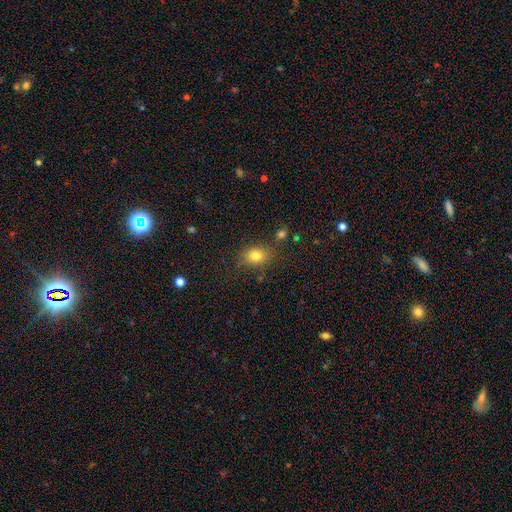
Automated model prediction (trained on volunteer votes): smooth_or_featured: smooth (p=0.80) [alt: star or artifact p=0.12]
how_rounded: in between (p=0.63) [alt: round p=0.36]
merging: none (p=0.77) [alt: minor disturbance p=0.14]